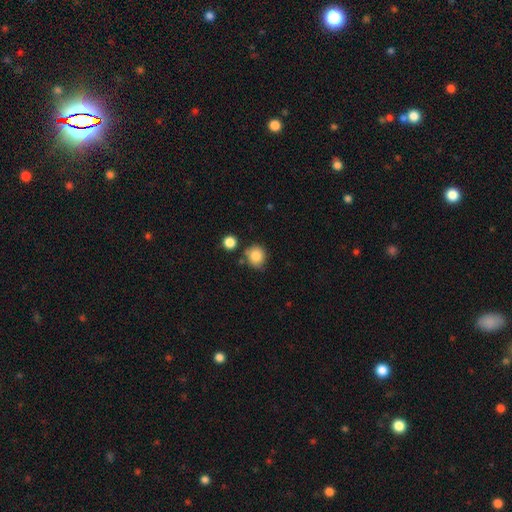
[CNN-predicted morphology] Overall: smooth (85%). How rounded: round (83%). Merging: none (72%).